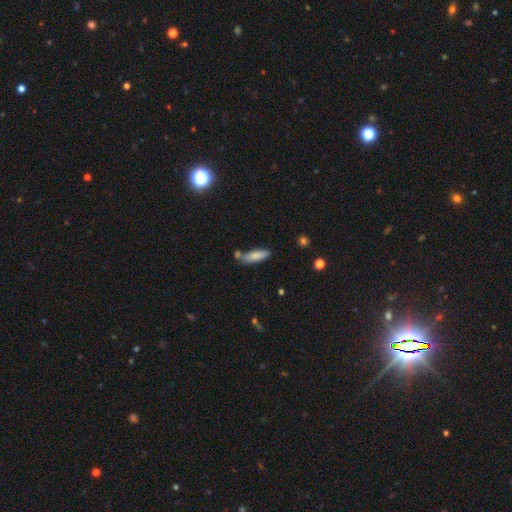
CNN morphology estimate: A smooth galaxy with no disk features (80%) that is cigar-shaped (60%).

Vote fractions:
- Smooth or featured? smooth: 80% / featured or disk: 13% / star or artifact: 7%
- How rounded? cigar-shaped: 60% / in between: 39% / round: 2%
- Merging? none: 63% / minor disturbance: 18% / merger: 15% / major disturbance: 4%